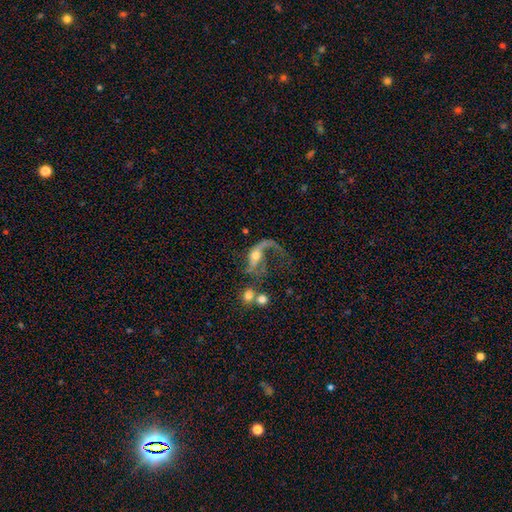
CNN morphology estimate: featured or disk 74%, smooth 16%, star or artifact 10%. Down the decision tree: edge-on disk — no (94%); bar — no (56%); spiral arms — yes (84%); spiral arm count — 1 (50%); spiral winding — loose (84%); bulge size — moderate (49%); merging — major disturbance (45%).